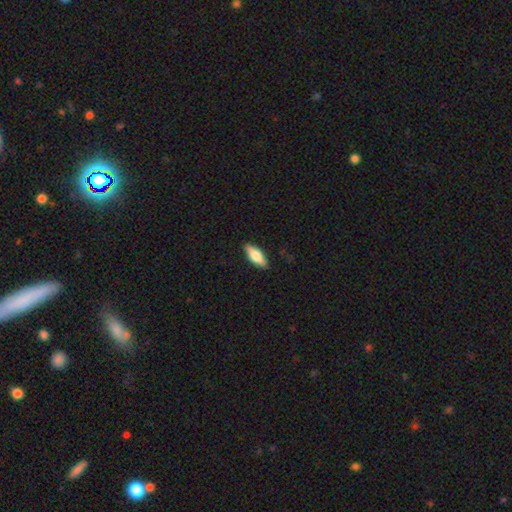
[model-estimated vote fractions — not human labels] The model was most divided on "smooth or featured": smooth: 67%, featured or disk: 27%, star or artifact: 6%. More confident: merging — none (88%); how rounded — in between (69%).